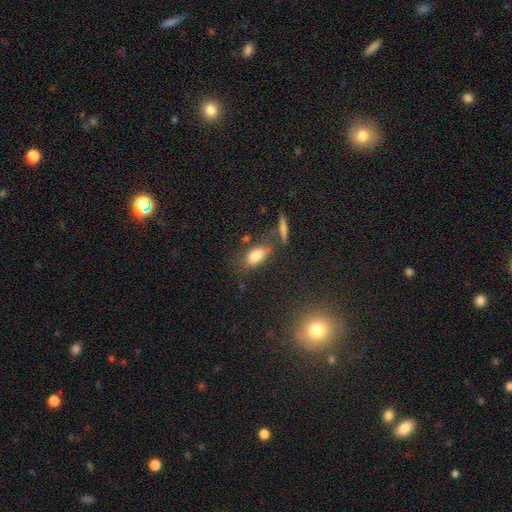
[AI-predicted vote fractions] Smooth or featured? smooth (80%)
How rounded? in between (85%)
Merging? none (59%)